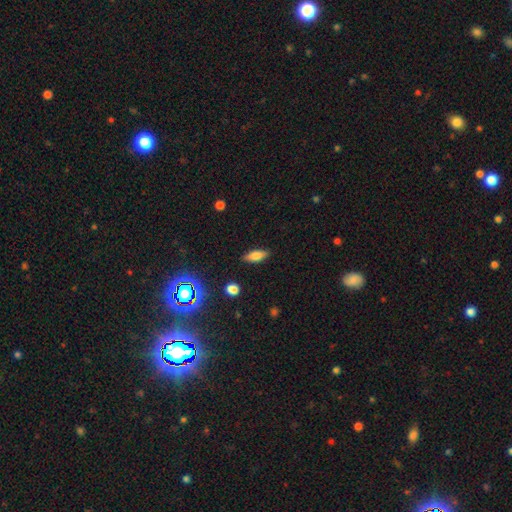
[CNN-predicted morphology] A smooth galaxy with no disk features (71%) that is in between round and cigar-shaped (69%).

Vote fractions:
- Smooth or featured? smooth: 71% / featured or disk: 19% / star or artifact: 10%
- How rounded? in between: 69% / cigar-shaped: 27% / round: 3%
- Merging? none: 87% / minor disturbance: 10% / major disturbance: 2% / merger: 1%